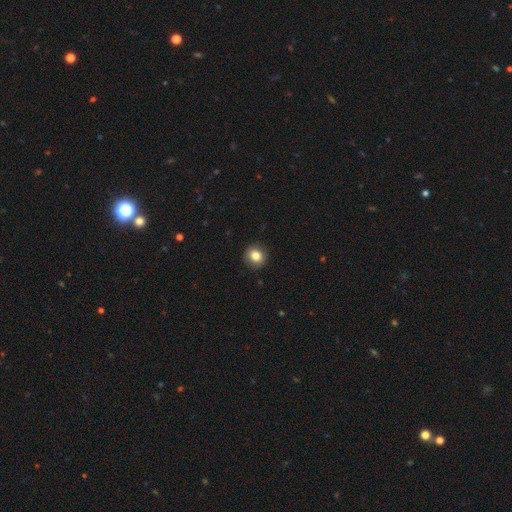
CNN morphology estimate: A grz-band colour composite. It shows a smooth galaxy with no disk features (84%) that is round (87%). Merging: none (90%).